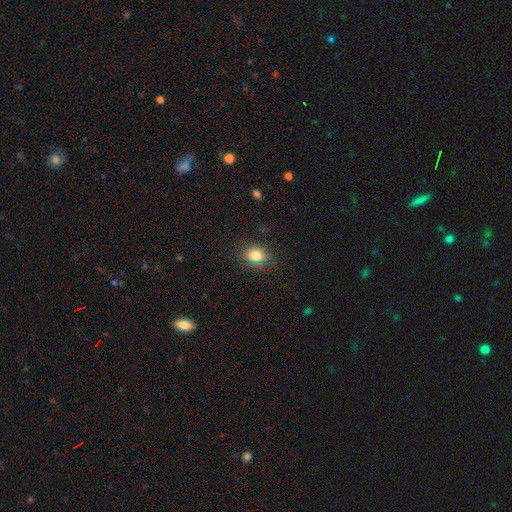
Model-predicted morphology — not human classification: This is likely a smooth galaxy (77%). How rounded: likely round (64%). Merging: clearly none (83%).